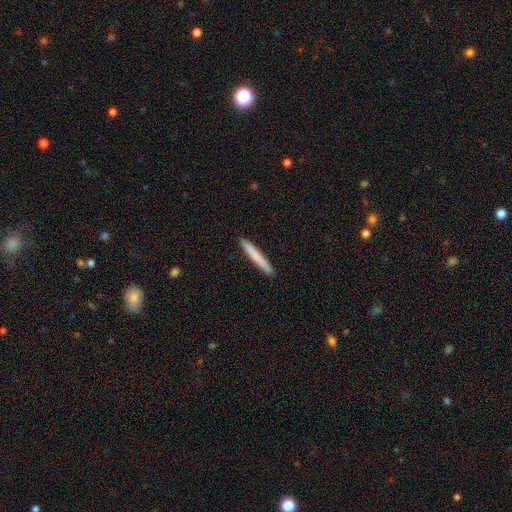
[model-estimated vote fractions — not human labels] A smooth galaxy with no disk features (76%) that is cigar-shaped (97%).

Vote fractions:
- Smooth or featured? smooth: 76% / featured or disk: 19% / star or artifact: 5%
- How rounded? cigar-shaped: 97% / in between: 2% / round: 1%
- Merging? none: 92% / minor disturbance: 6% / major disturbance: 1% / merger: 1%